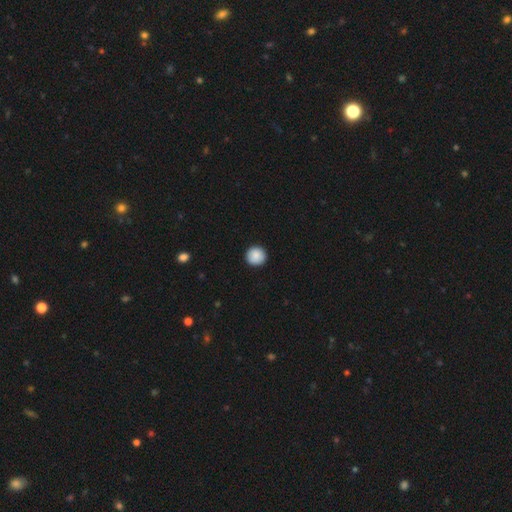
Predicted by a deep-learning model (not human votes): Smooth or featured: smooth — 89% (star or artifact — 7%)
How rounded: round — 94% (in between — 5%)
Merging: none — 92% (minor disturbance — 5%)